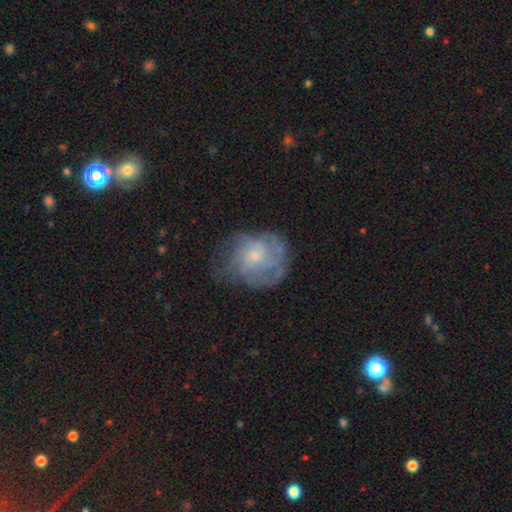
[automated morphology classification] Overall: featured or disk (71%). Edge-on disk: no (98%). Bar: no (72%). Spiral arms: yes (84%). Spiral arm count: can't tell (45%; 3 17%). Spiral winding: tight (51%; medium 36%). Bulge size: small (66%; moderate 27%). Merging: none (59%; minor disturbance 24%).